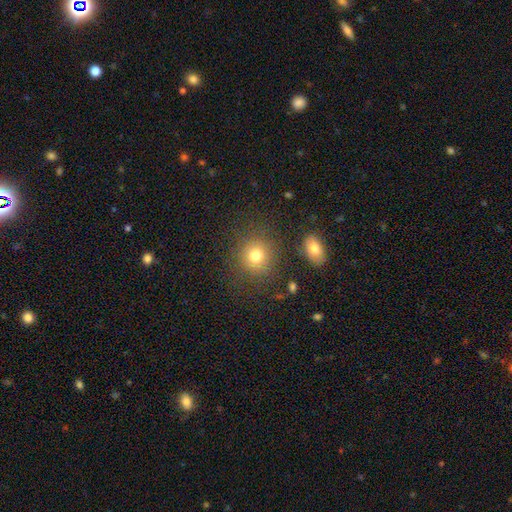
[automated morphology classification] smooth_or_featured: smooth (p=0.77) [alt: star or artifact p=0.14]
how_rounded: round (p=0.87) [alt: in between p=0.12]
merging: none (p=0.83) [alt: minor disturbance p=0.09]